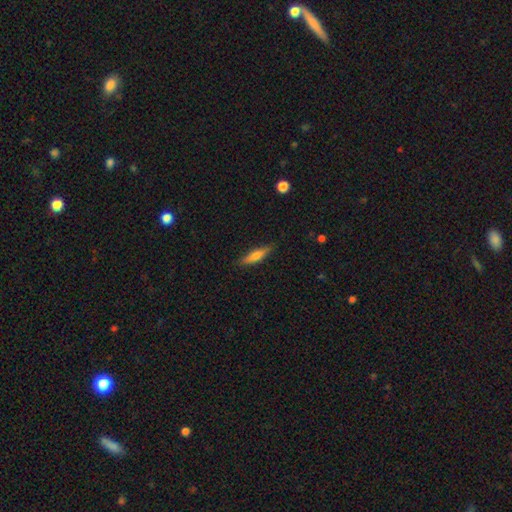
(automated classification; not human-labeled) smooth-or-featured: smooth: 64% | featured or disk: 29% | star or artifact: 7%
  how-rounded: cigar-shaped: 77% | in between: 21% | round: 2%
  merging: none: 85% | minor disturbance: 11% | major disturbance: 2% | merger: 1%